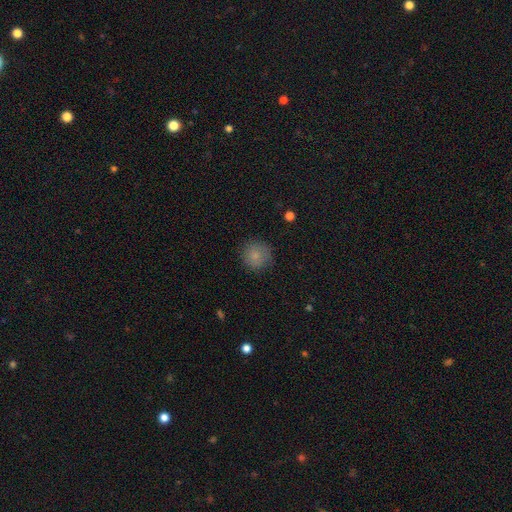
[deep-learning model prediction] smooth-or-featured: smooth: 83% | star or artifact: 9% | featured or disk: 7%
  how-rounded: round: 93% | in between: 6% | cigar-shaped: 1%
  merging: none: 85% | minor disturbance: 11% | major disturbance: 3% | merger: 1%